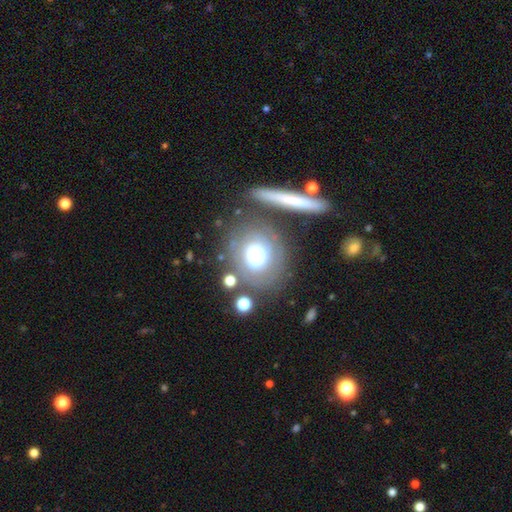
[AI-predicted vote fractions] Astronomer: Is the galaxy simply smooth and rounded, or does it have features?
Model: smooth — 54% (runner-up: featured or disk, 30%).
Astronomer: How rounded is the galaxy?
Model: round — 79%.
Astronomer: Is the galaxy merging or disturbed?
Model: none — 69%.